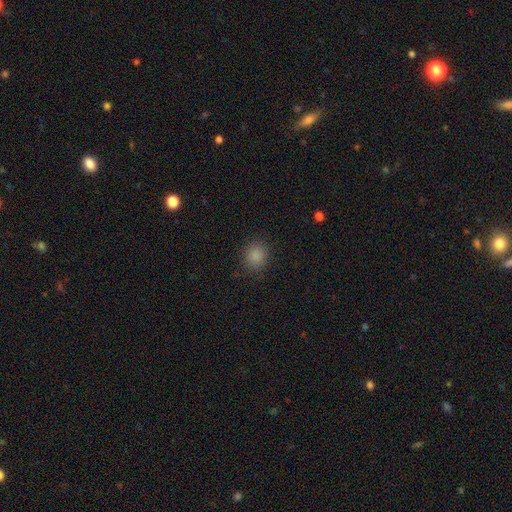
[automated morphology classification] smooth_or_featured: smooth (p=0.86) [alt: star or artifact p=0.11]
how_rounded: round (p=0.78) [alt: in between p=0.21]
merging: none (p=0.86) [alt: minor disturbance p=0.10]